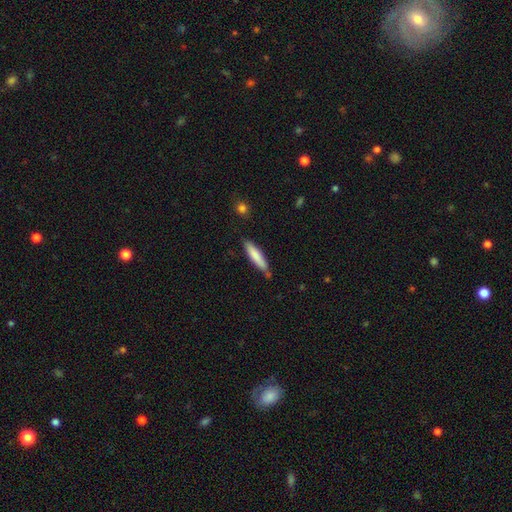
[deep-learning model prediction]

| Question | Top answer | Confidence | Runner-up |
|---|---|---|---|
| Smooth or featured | smooth | 80% | featured or disk (15%) |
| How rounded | cigar-shaped | 81% | in between (18%) |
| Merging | none | 77% | minor disturbance (17%) |